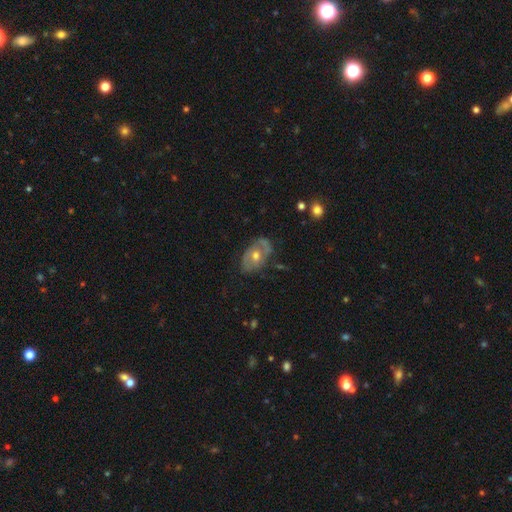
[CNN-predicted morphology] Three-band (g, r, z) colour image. It shows a featured or disk galaxy (59%) with no bar (76%), no spiral arms (50%, tied with yes) and a moderate central bulge (70%). Merging: none (62%).